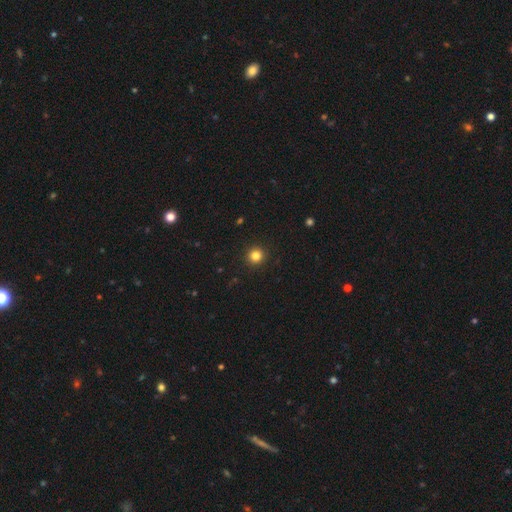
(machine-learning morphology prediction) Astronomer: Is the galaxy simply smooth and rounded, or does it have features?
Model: smooth — 83%.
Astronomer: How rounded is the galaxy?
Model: round — 94%.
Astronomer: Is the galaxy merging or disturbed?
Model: none — 93%.